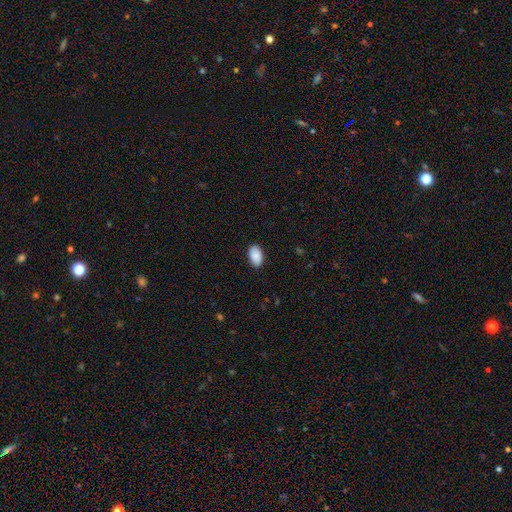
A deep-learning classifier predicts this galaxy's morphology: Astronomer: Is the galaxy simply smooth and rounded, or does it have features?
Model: smooth — 87%.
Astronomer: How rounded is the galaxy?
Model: in between — 93%.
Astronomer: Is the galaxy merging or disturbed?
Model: none — 86%.